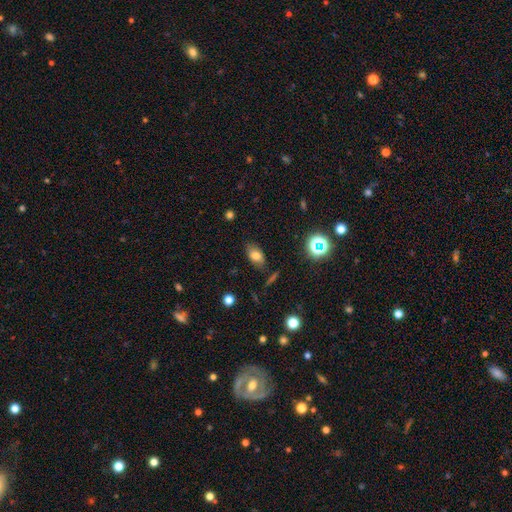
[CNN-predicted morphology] Q: Smooth or featured?
A: smooth (75%); runner-up: star or artifact (13%)
Q: How rounded?
A: in between (88%); runner-up: round (10%)
Q: Merging?
A: none (80%); runner-up: minor disturbance (14%)